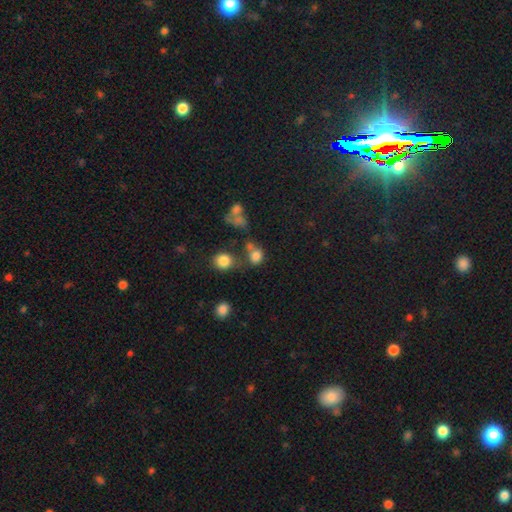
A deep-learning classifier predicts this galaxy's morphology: smooth 78%, star or artifact 14%, featured or disk 8%. Down the decision tree: how rounded — round (66%); merging — none (49%).